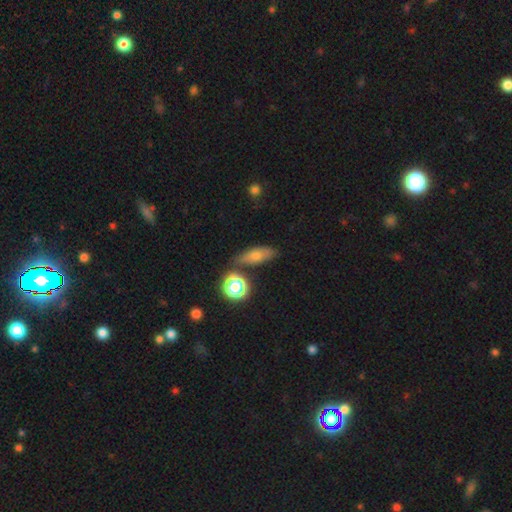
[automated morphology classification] Smooth or featured? smooth (64%)
How rounded? in between (63%)
Merging? none (72%)